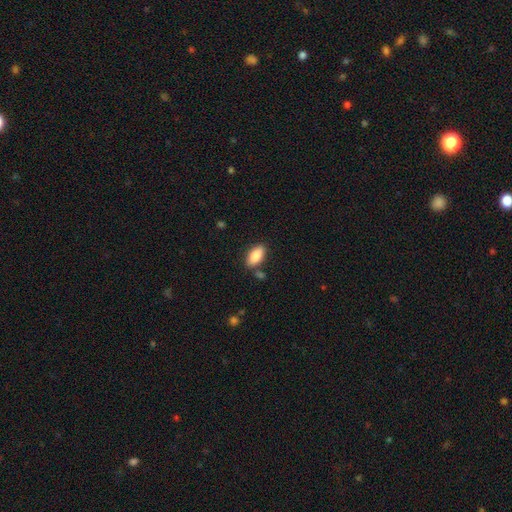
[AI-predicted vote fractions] smooth_or_featured: smooth (p=0.85) [alt: featured or disk p=0.09]
how_rounded: in between (p=0.88) [alt: cigar-shaped p=0.09]
merging: none (p=0.80) [alt: minor disturbance p=0.12]